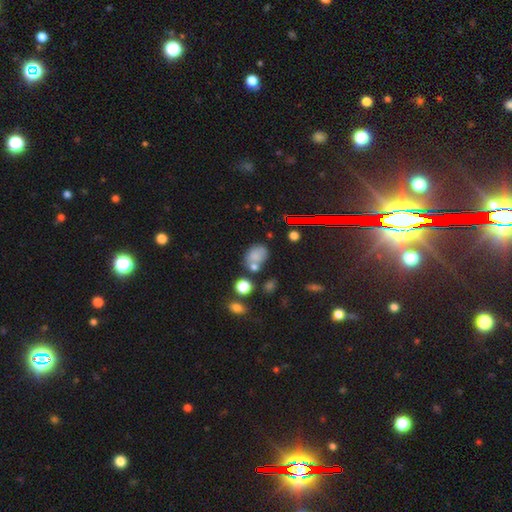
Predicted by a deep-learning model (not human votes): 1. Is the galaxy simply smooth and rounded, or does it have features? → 72% smooth, 17% star or artifact, 12% featured or disk.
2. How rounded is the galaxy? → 67% in between, 32% round, 1% cigar-shaped.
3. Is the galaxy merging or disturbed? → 55% none, 21% merger, 17% minor disturbance, 6% major disturbance.